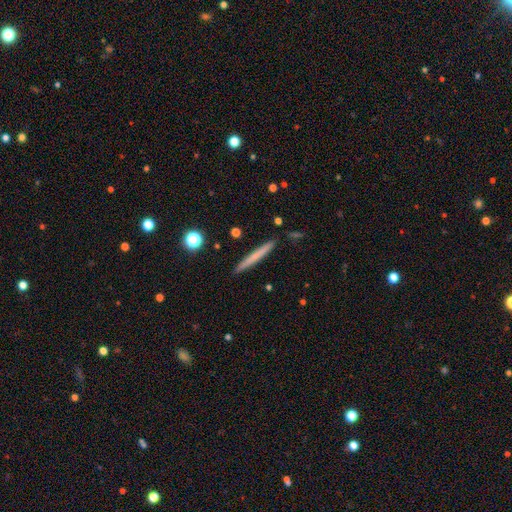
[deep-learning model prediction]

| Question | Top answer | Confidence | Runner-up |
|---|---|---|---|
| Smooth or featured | smooth | 63% | featured or disk (30%) |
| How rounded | cigar-shaped | 97% | in between (2%) |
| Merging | none | 91% | minor disturbance (6%) |